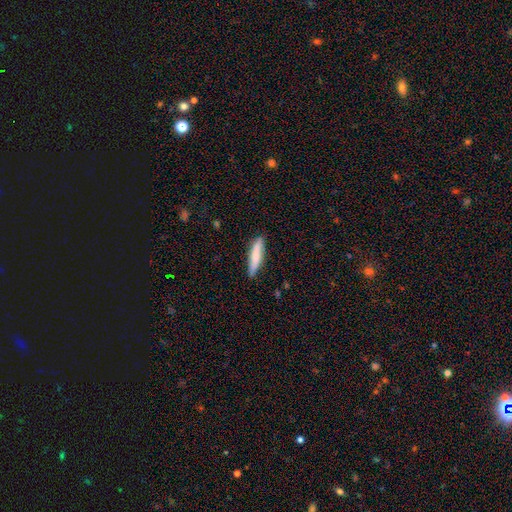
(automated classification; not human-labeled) Smooth or featured?
  - smooth: 71% *
  - featured or disk: 23%
  - star or artifact: 6%
How rounded?
  - cigar-shaped: 80% *
  - in between: 19%
  - round: 2%
Merging?
  - none: 81% *
  - minor disturbance: 15%
  - major disturbance: 2%
  - merger: 1%